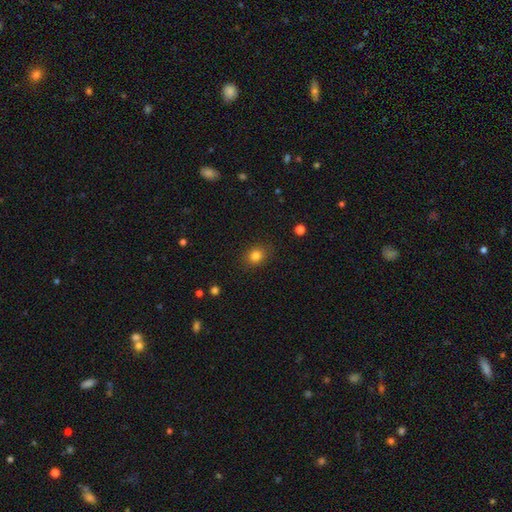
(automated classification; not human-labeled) Morphology: type=smooth (82%); roundness=round (62%); merging=none (86%).